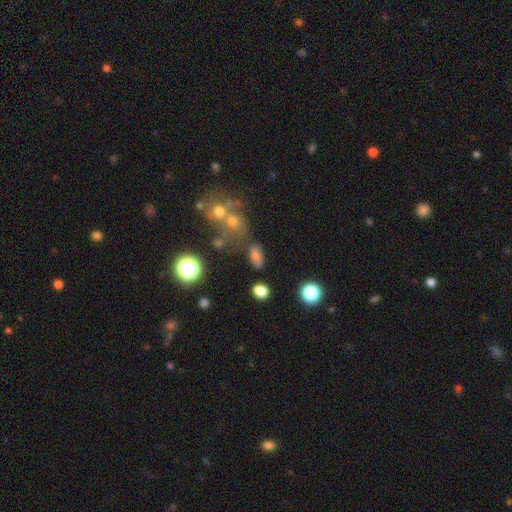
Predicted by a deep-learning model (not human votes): This appears to be a smooth galaxy with no disk features (71%) that is in between round and cigar-shaped (82%). Merging: none (62%).